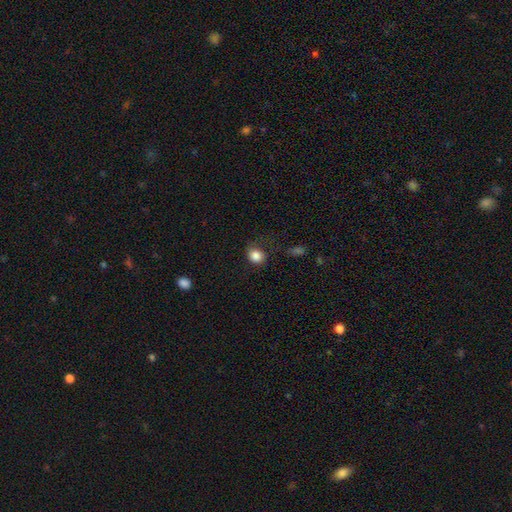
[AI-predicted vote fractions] smooth-or-featured: smooth: 85% | star or artifact: 10% | featured or disk: 5%
  how-rounded: round: 68% | in between: 31% | cigar-shaped: 1%
  merging: none: 68% | minor disturbance: 21% | major disturbance: 9% | merger: 2%